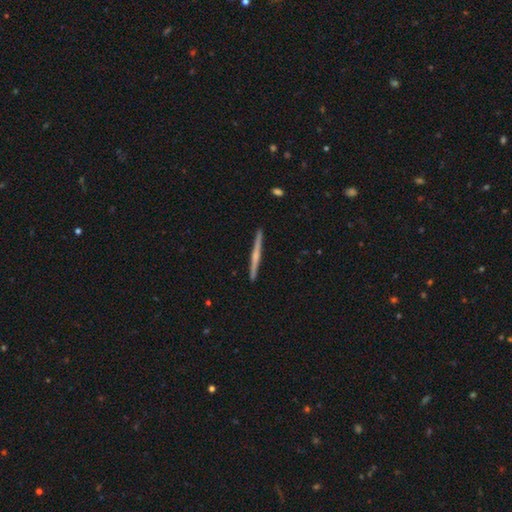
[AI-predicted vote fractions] Smooth or featured? Predicted: featured or disk (p=0.66). Edge-on disk? Predicted: yes (p=0.98). Edge-on bulge? Predicted: rounded (p=0.54). Merging? Predicted: none (p=0.93).